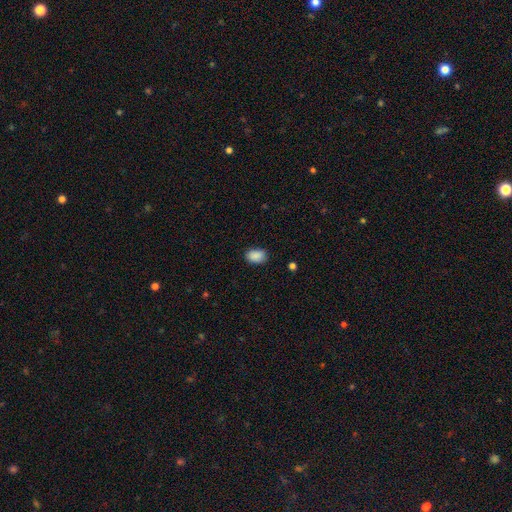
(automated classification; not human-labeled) The model was most divided on "merging": none: 81%, minor disturbance: 15%, major disturbance: 3%, merger: 1%. More confident: smooth or featured — smooth (89%); how rounded — in between (83%).